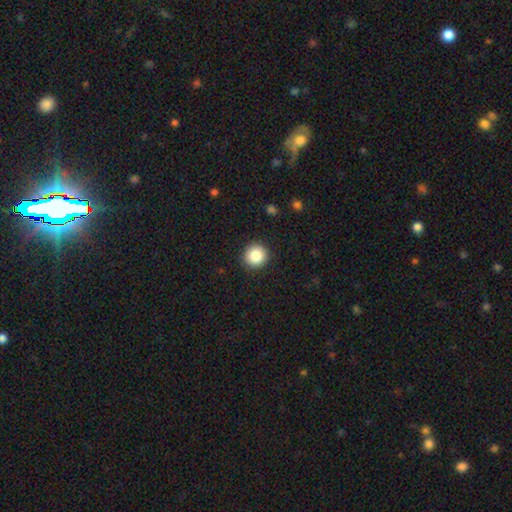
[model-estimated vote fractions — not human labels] The model was most divided on "smooth or featured": smooth: 86%, star or artifact: 9%, featured or disk: 5%. More confident: how rounded — round (92%); merging — none (91%).